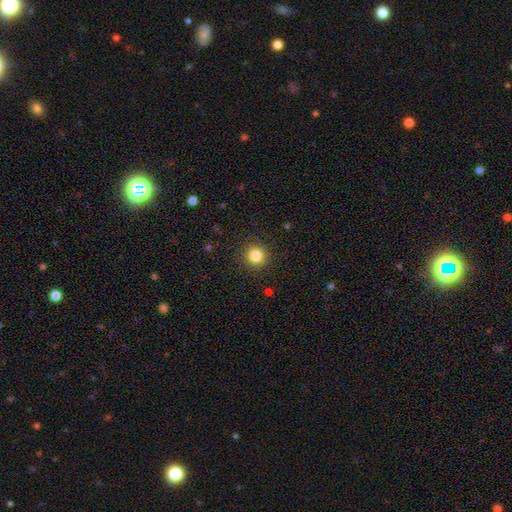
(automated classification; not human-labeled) Morphology: type=smooth (83%); roundness=round (95%); merging=none (91%).